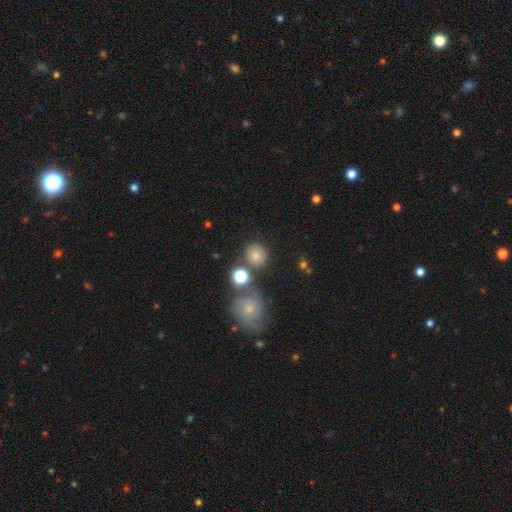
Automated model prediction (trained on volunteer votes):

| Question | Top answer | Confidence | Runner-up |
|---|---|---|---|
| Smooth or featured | smooth | 76% | star or artifact (12%) |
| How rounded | round | 87% | in between (12%) |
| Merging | none | 74% | merger (12%) |